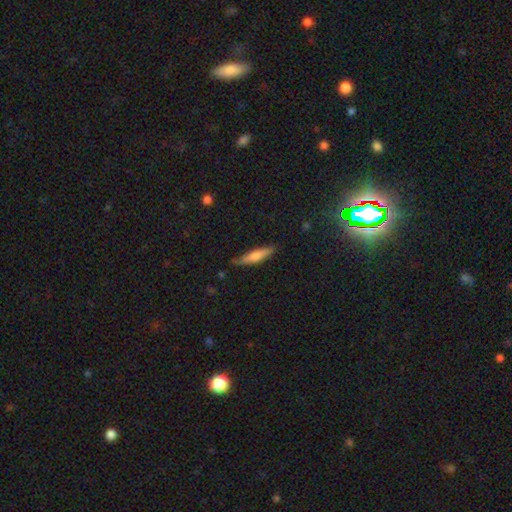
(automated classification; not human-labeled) smooth-or-featured: smooth: 62% | featured or disk: 31% | star or artifact: 7%
  how-rounded: cigar-shaped: 83% | in between: 15% | round: 2%
  merging: none: 78% | minor disturbance: 17% | major disturbance: 3% | merger: 2%